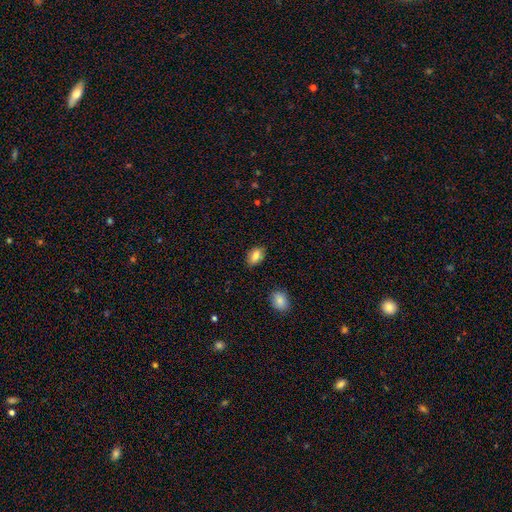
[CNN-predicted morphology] Smooth or featured? smooth (83%)
How rounded? in between (88%)
Merging? none (85%)